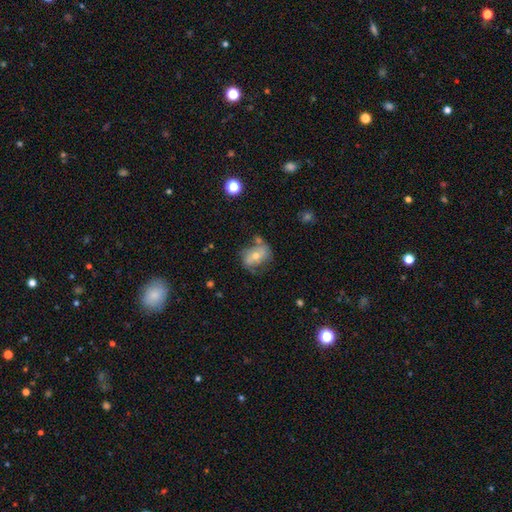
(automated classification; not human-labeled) smooth_or_featured: featured or disk (p=0.49) [alt: smooth p=0.38]
merging: none (p=0.57) [alt: minor disturbance p=0.23]